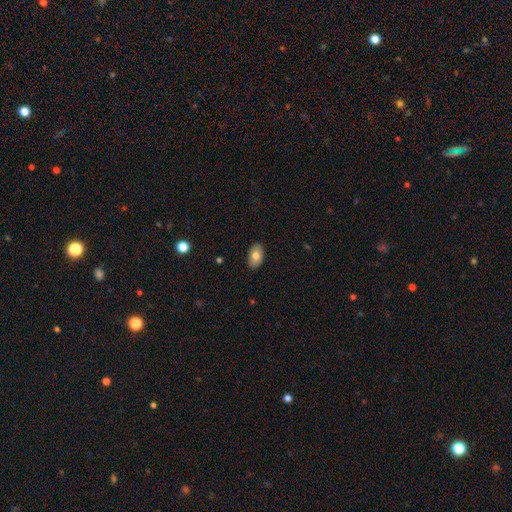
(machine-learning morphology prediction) Smooth or featured? Predicted: smooth (p=0.76). How rounded? Predicted: in between (p=0.93). Merging? Predicted: none (p=0.88).